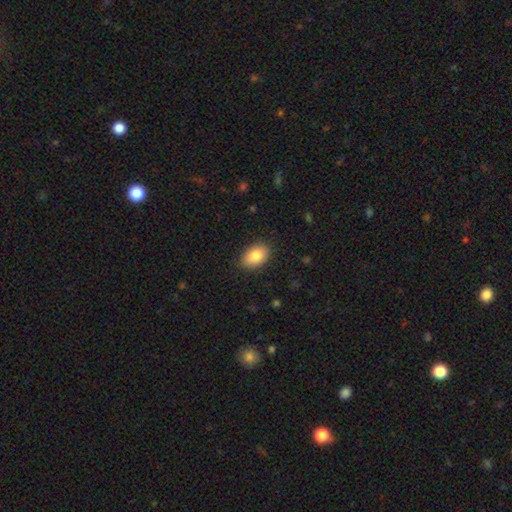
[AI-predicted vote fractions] Q: Smooth or featured?
A: smooth (85%); runner-up: featured or disk (8%)
Q: How rounded?
A: in between (90%); runner-up: round (9%)
Q: Merging?
A: none (86%); runner-up: minor disturbance (10%)